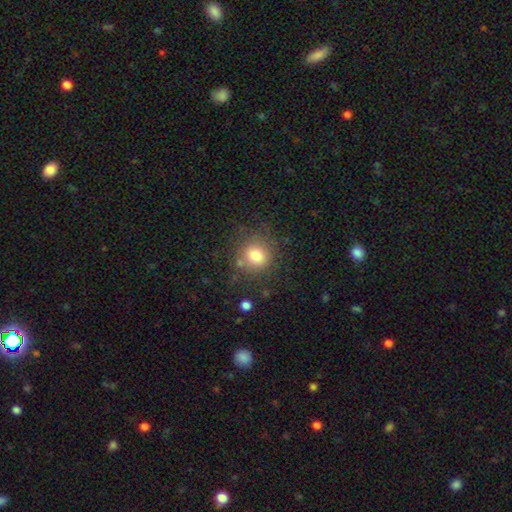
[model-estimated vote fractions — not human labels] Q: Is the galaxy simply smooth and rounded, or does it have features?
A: smooth — 78%.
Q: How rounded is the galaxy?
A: round — 85%.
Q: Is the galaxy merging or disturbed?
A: none — 77%.